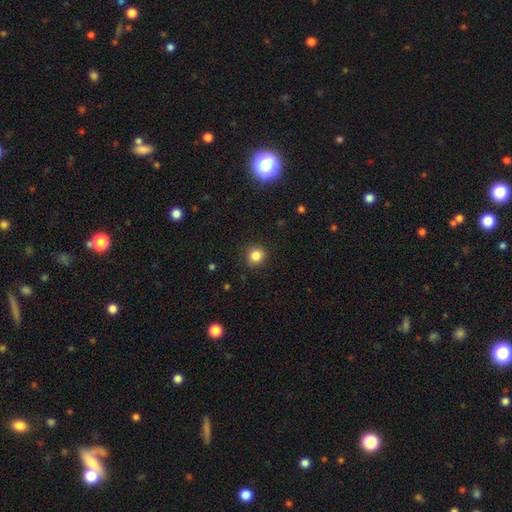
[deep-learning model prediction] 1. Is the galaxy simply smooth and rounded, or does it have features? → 84% smooth, 11% star or artifact, 4% featured or disk.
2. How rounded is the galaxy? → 91% round, 8% in between, 1% cigar-shaped.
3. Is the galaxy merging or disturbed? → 88% none, 8% minor disturbance, 2% major disturbance, 1% merger.